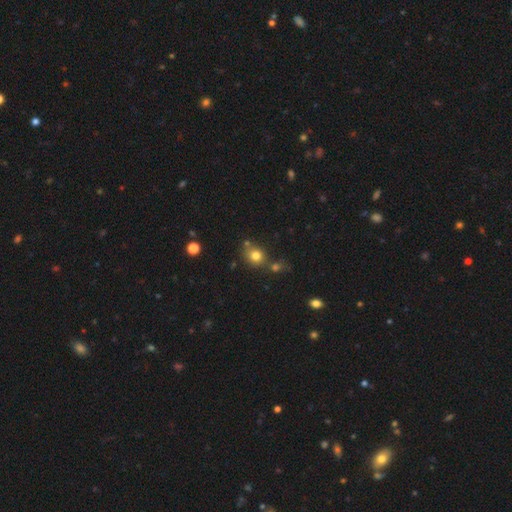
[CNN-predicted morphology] Smooth or featured? Predicted: smooth (p=0.78). How rounded? Predicted: round (p=0.75). Merging? Predicted: none (p=0.62).